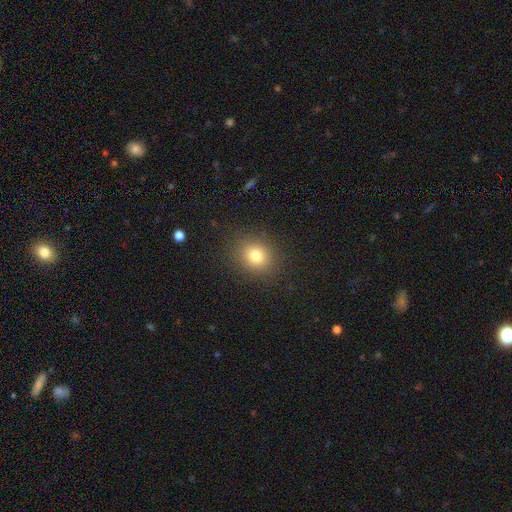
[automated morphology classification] Smooth or featured? smooth (79%)
How rounded? round (69%)
Merging? none (88%)